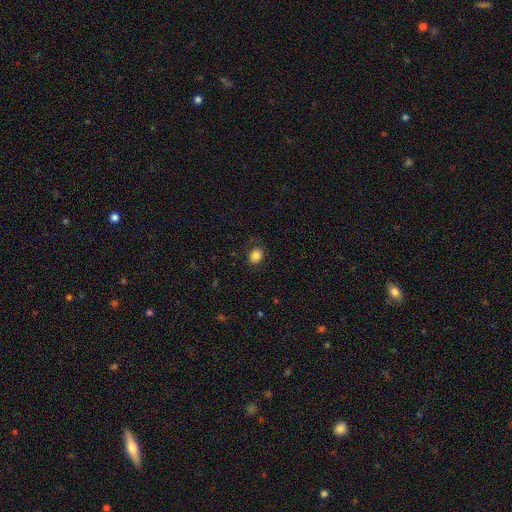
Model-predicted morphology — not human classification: type=smooth (84%); roundness=round (52%); merging=none (83%).